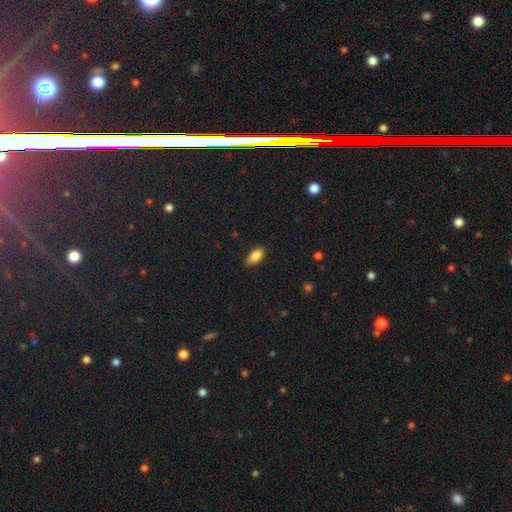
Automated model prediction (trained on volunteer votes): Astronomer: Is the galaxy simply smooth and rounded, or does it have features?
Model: smooth — 84%.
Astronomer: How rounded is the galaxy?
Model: in between — 89%.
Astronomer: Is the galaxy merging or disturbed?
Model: none — 85%.